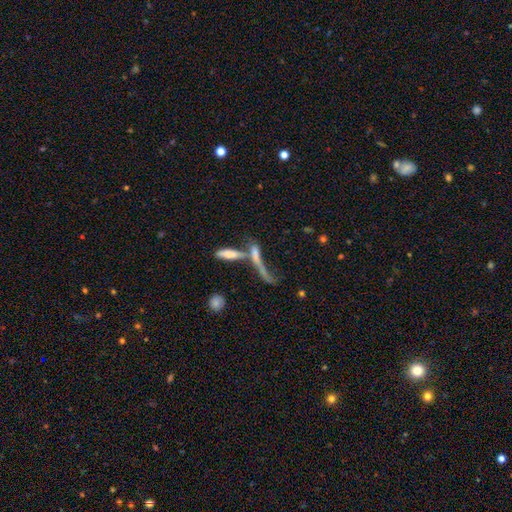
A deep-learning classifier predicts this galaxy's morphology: type=featured or disk (44%); merging=merger (47%).